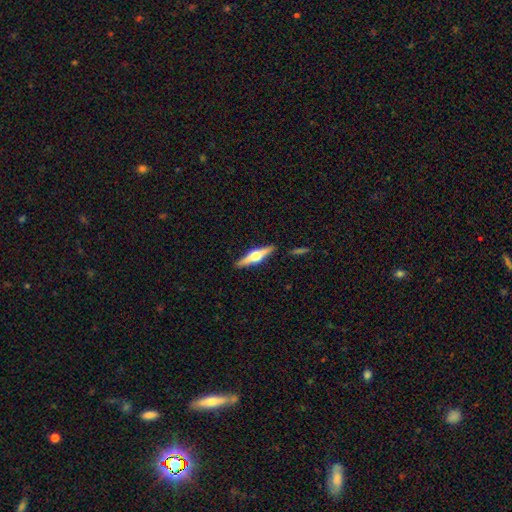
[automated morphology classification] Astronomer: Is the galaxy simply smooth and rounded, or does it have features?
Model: featured or disk — 74%.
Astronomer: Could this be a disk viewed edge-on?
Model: yes — 98%.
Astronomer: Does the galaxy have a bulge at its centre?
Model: rounded — 96%.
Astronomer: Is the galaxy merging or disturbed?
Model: none — 90%.